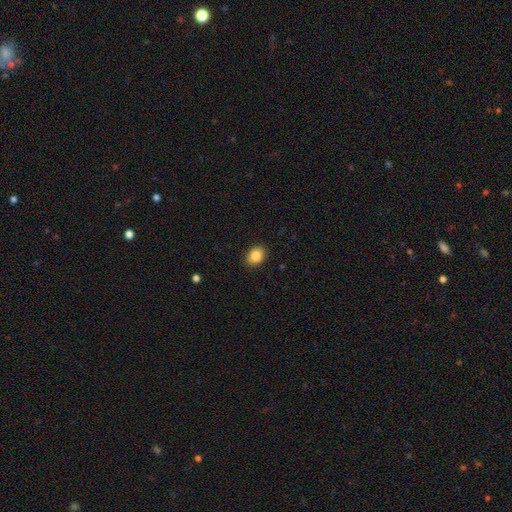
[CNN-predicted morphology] Smooth or featured: smooth — 87% (star or artifact — 8%)
How rounded: in between — 62% (round — 37%)
Merging: none — 88% (minor disturbance — 9%)